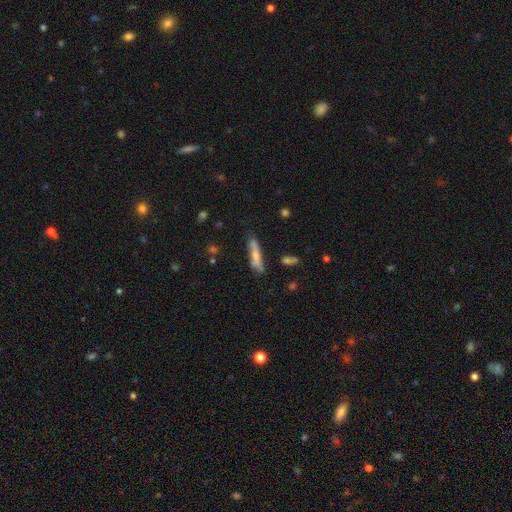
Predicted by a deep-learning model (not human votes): A smooth galaxy with no disk features (61%) that is cigar-shaped (77%). Merging: none (62%).